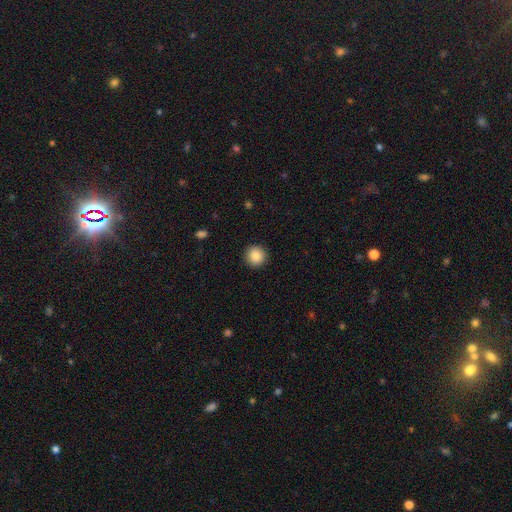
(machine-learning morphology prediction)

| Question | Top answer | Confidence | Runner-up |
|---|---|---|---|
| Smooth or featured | smooth | 88% | star or artifact (9%) |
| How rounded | round | 94% | in between (5%) |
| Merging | none | 92% | minor disturbance (5%) |